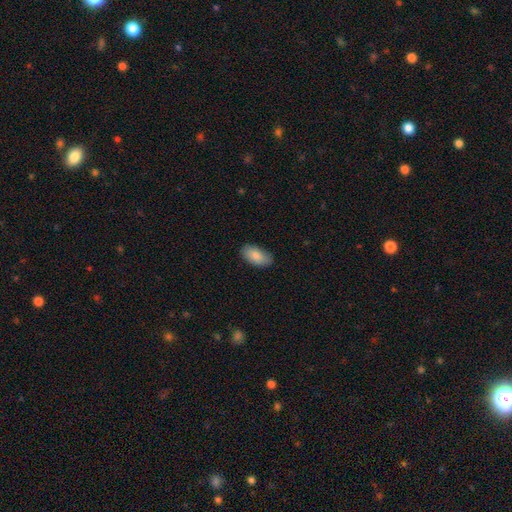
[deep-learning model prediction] Smooth or featured? Predicted: smooth (p=0.86). How rounded? Predicted: in between (p=0.94). Merging? Predicted: none (p=0.85).